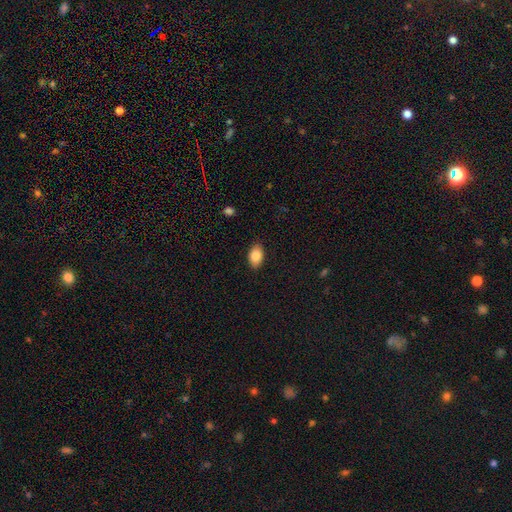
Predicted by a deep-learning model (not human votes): A smooth galaxy with no disk features (87%) that is in between round and cigar-shaped (90%).

Vote fractions:
- Smooth or featured? smooth: 87% / star or artifact: 7% / featured or disk: 6%
- How rounded? in between: 90% / round: 8% / cigar-shaped: 1%
- Merging? none: 87% / minor disturbance: 10% / major disturbance: 2% / merger: 1%